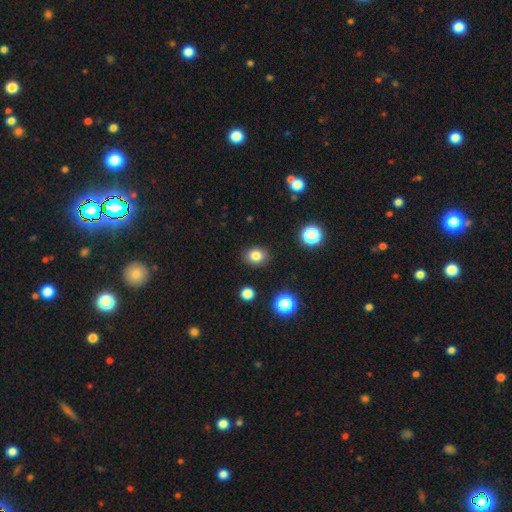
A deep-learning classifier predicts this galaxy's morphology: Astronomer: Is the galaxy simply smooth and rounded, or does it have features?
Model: smooth — 82%.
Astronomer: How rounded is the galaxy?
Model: in between — 50% (runner-up: round, 49%).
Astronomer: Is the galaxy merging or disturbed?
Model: none — 88%.